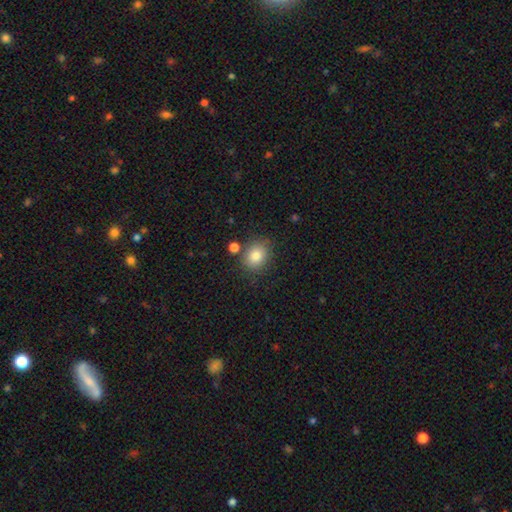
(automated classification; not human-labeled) A smooth galaxy with no disk features (82%) that is round (60%). Merging: none (77%).